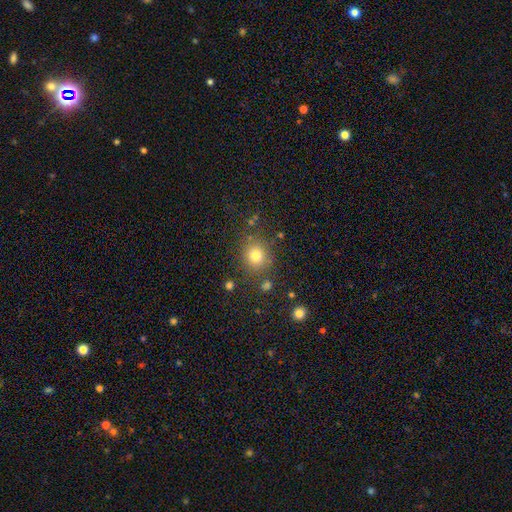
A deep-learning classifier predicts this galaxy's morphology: smooth_or_featured: smooth (p=0.79) [alt: star or artifact p=0.14]
how_rounded: round (p=0.84) [alt: in between p=0.15]
merging: none (p=0.81) [alt: minor disturbance p=0.10]